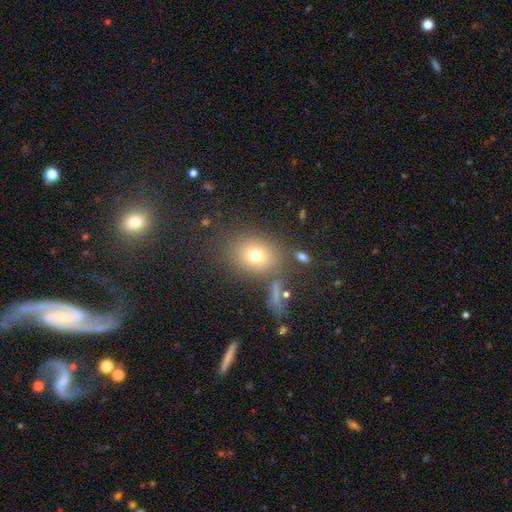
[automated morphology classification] A smooth galaxy with no disk features (72%) that is round (54%).

Vote fractions:
- Smooth or featured? smooth: 72% / star or artifact: 15% / featured or disk: 13%
- How rounded? round: 54% / in between: 45% / cigar-shaped: 2%
- Merging? none: 73% / minor disturbance: 12% / merger: 8% / major disturbance: 7%